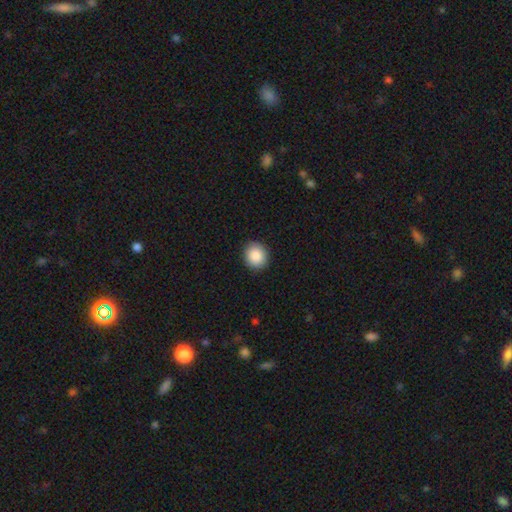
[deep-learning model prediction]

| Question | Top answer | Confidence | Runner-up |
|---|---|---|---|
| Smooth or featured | smooth | 88% | star or artifact (8%) |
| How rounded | round | 83% | in between (17%) |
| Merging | none | 91% | minor disturbance (6%) |